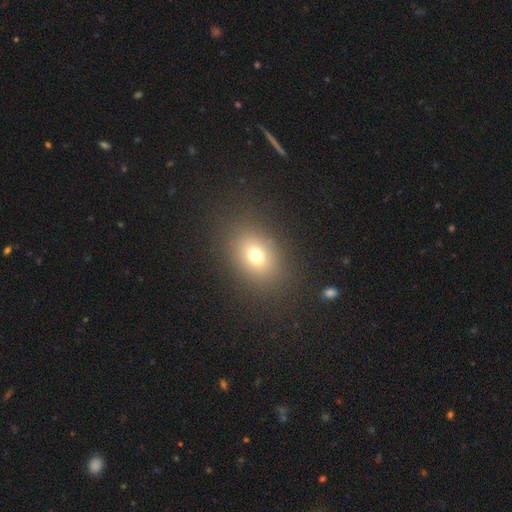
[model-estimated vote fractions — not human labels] A smooth galaxy with no disk features (71%) that is in between round and cigar-shaped (65%). Merging: none (84%).